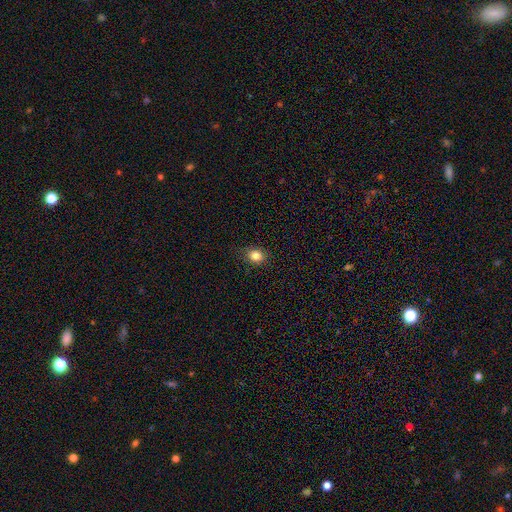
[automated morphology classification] Q: Smooth or featured?
A: smooth (85%); runner-up: star or artifact (11%)
Q: How rounded?
A: round (63%); runner-up: in between (36%)
Q: Merging?
A: none (85%); runner-up: minor disturbance (11%)